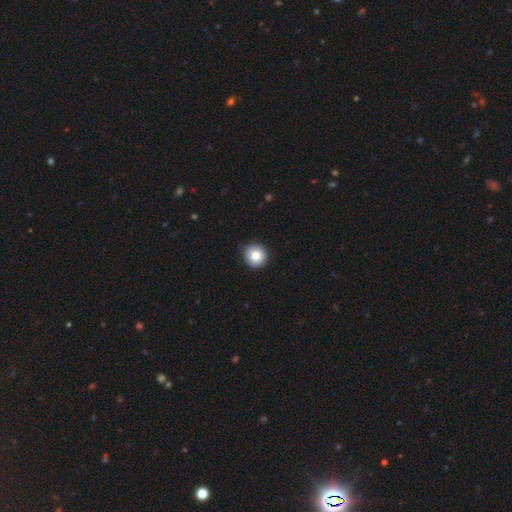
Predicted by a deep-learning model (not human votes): smooth 85%, star or artifact 9%, featured or disk 7%. Down the decision tree: how rounded — round (94%); merging — none (89%).